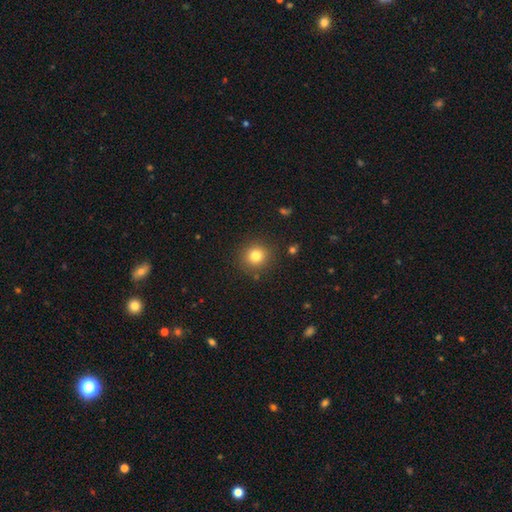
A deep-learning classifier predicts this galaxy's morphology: This appears to be a smooth galaxy with no disk features (80%) that is round (91%). Merging: none (88%).